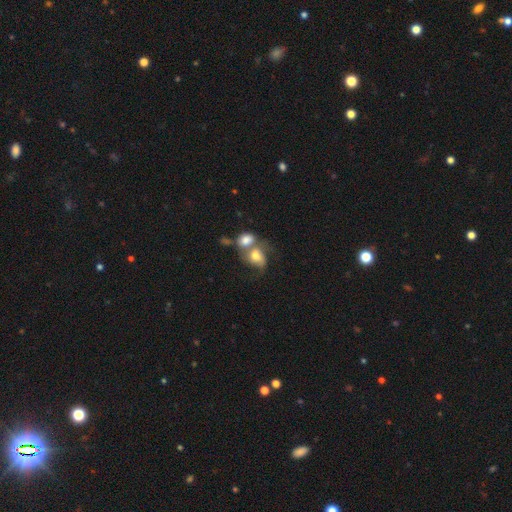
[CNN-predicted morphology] This is possibly a smooth galaxy (58%). How rounded: likely in between (64%). Merging: likely merger (69%).